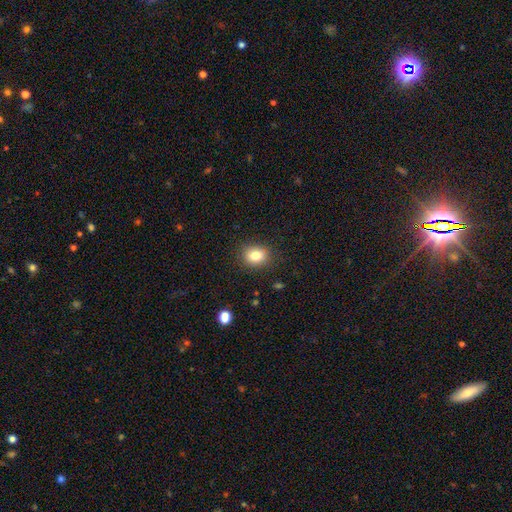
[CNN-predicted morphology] The model was most divided on "how rounded": in between: 50%, round: 49%, cigar-shaped: 1%. More confident: merging — none (86%); smooth or featured — smooth (82%).